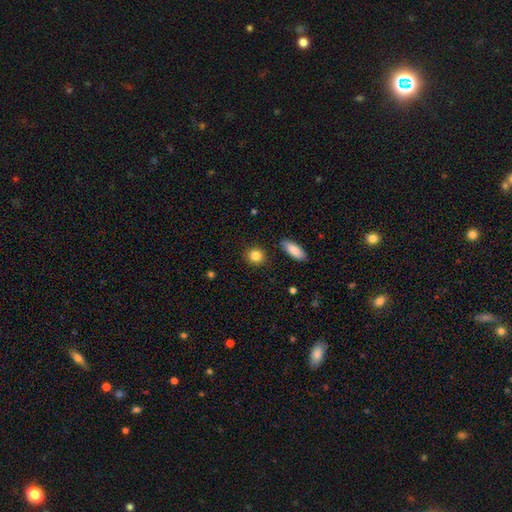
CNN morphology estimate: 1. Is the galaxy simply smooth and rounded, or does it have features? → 86% smooth, 9% star or artifact, 6% featured or disk.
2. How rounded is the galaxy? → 79% round, 19% in between, 2% cigar-shaped.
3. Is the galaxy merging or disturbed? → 89% none, 7% minor disturbance, 2% merger, 2% major disturbance.